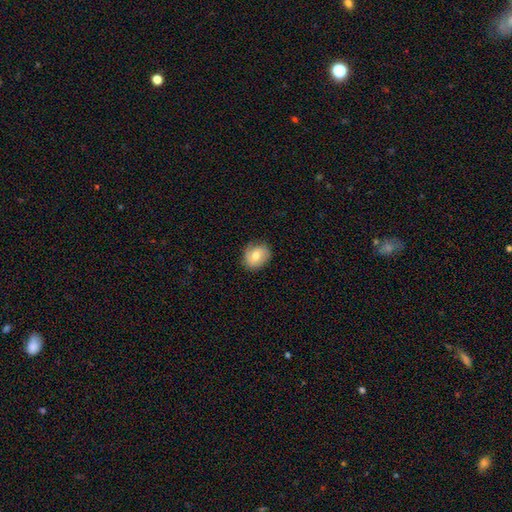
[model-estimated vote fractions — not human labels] The model was most divided on "smooth or featured": smooth: 57%, featured or disk: 36%, star or artifact: 8%. More confident: merging — none (78%); how rounded — round (62%).